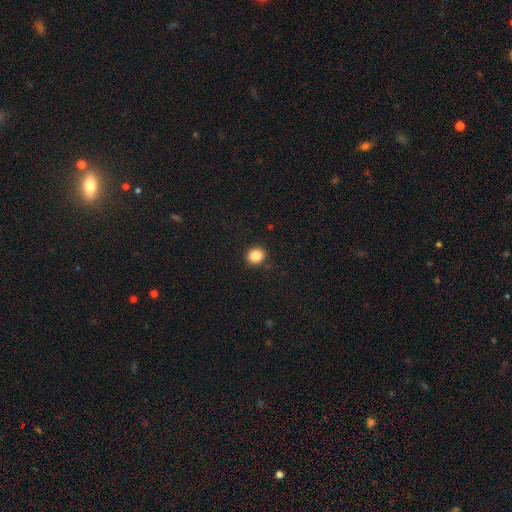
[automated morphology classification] Smooth or featured? Predicted: smooth (p=0.87). How rounded? Predicted: round (p=0.75). Merging? Predicted: none (p=0.90).